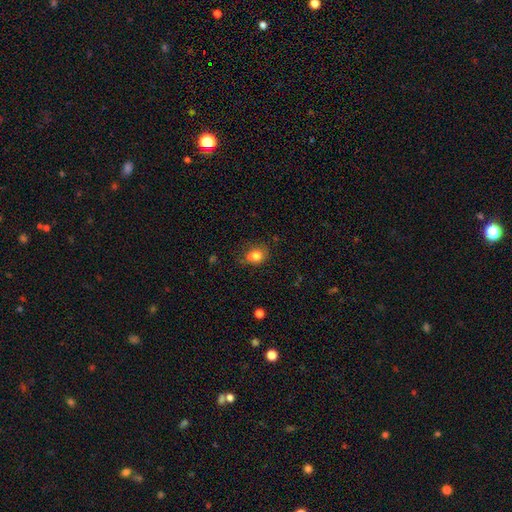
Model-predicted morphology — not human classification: Smooth or featured?
  - smooth: 81% *
  - star or artifact: 10%
  - featured or disk: 9%
How rounded?
  - round: 54% *
  - in between: 45%
  - cigar-shaped: 1%
Merging?
  - none: 63% *
  - minor disturbance: 25%
  - major disturbance: 7%
  - merger: 5%